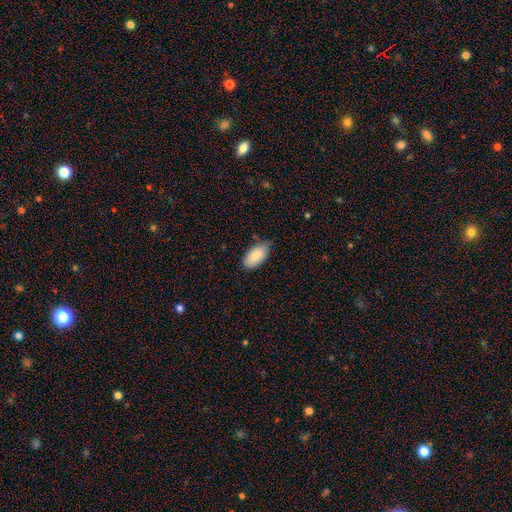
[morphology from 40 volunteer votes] Volunteers were most divided on "merging": none: 78%, minor disturbance: 20%, major disturbance: 2%, merger: 0%. More confident: how rounded — in between (100%); smooth or featured — smooth (90%).